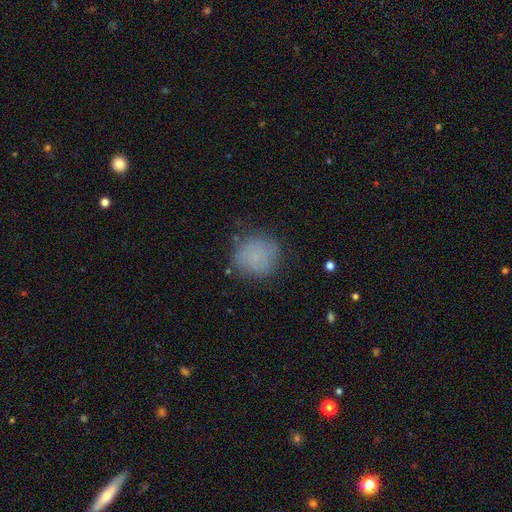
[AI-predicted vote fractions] Smooth or featured? smooth (79%)
How rounded? round (87%)
Merging? none (72%)